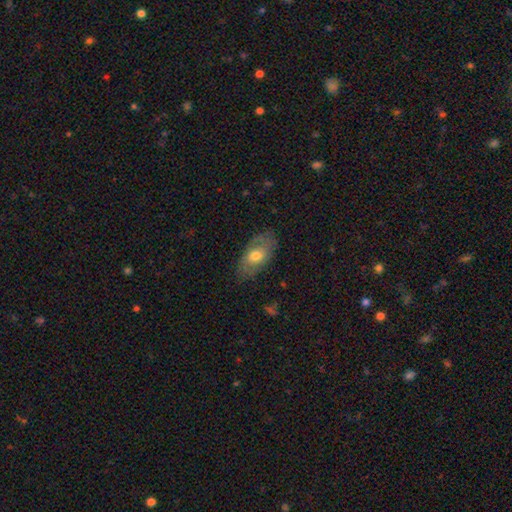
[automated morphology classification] A smooth galaxy with no disk features (48%). Merging: none (73%).